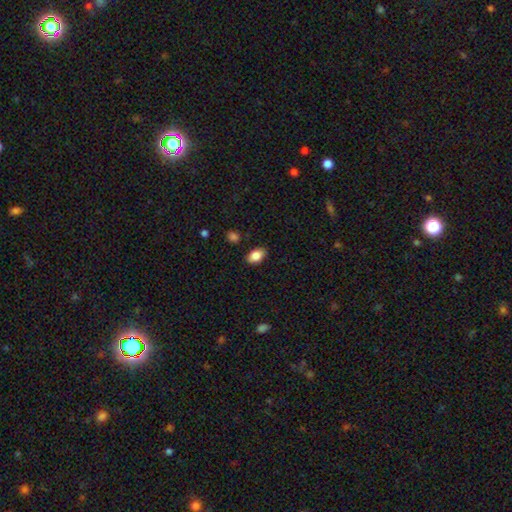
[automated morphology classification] Smooth or featured? Predicted: smooth (p=0.85). How rounded? Predicted: in between (p=0.89). Merging? Predicted: none (p=0.87).